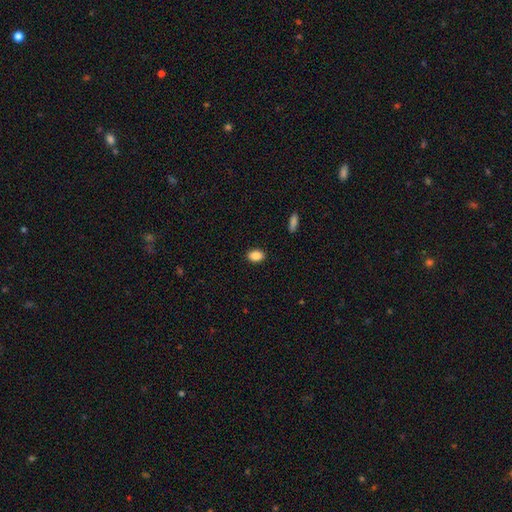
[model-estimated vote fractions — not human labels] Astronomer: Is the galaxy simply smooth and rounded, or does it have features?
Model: smooth — 88%.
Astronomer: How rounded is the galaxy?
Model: in between — 81%.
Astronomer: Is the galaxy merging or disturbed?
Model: none — 89%.